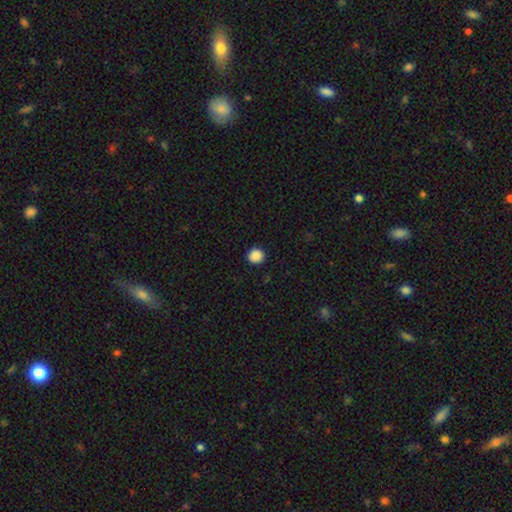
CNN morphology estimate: The model was most divided on "smooth or featured": smooth: 88%, star or artifact: 9%, featured or disk: 2%. More confident: merging — none (92%); how rounded — round (90%).